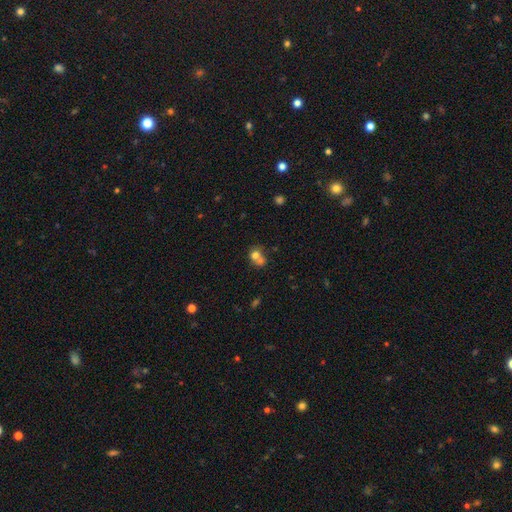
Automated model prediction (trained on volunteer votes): Smooth or featured? smooth (70%)
How rounded? round (69%)
Merging? merger (59%)